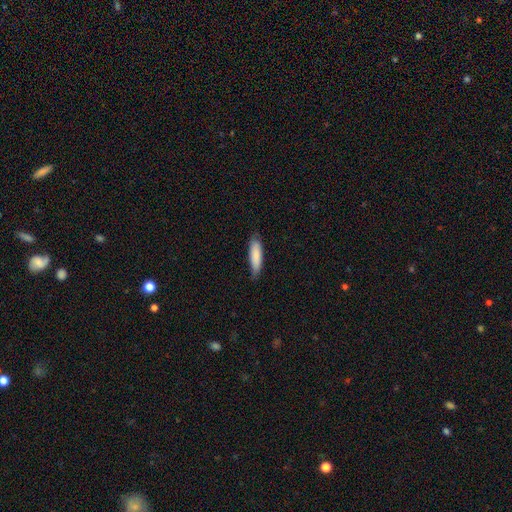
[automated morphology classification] Q: Smooth or featured?
A: smooth (85%); runner-up: featured or disk (10%)
Q: How rounded?
A: cigar-shaped (62%); runner-up: in between (36%)
Q: Merging?
A: none (73%); runner-up: minor disturbance (23%)